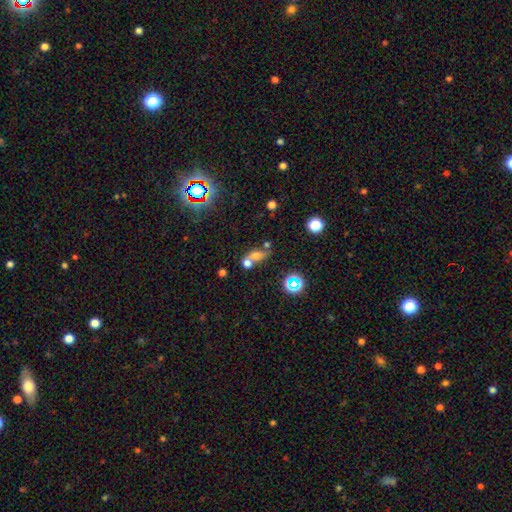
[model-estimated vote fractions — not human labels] This is possibly a smooth galaxy (57%). How rounded: possibly in between (59%). Merging: possibly merger (50%).